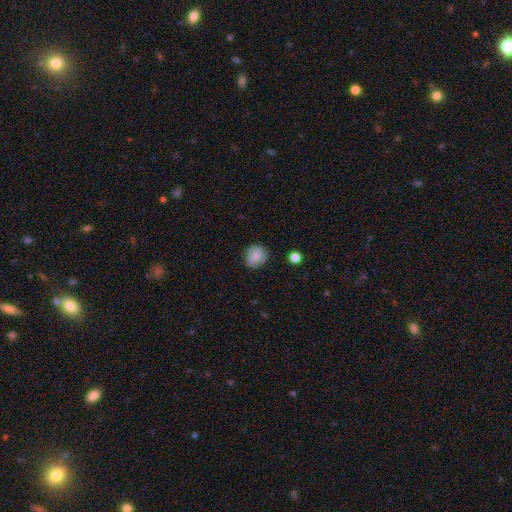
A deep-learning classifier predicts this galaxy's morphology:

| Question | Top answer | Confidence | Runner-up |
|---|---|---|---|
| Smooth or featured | smooth | 60% | featured or disk (31%) |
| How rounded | round | 85% | in between (14%) |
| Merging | none | 82% | minor disturbance (13%) |